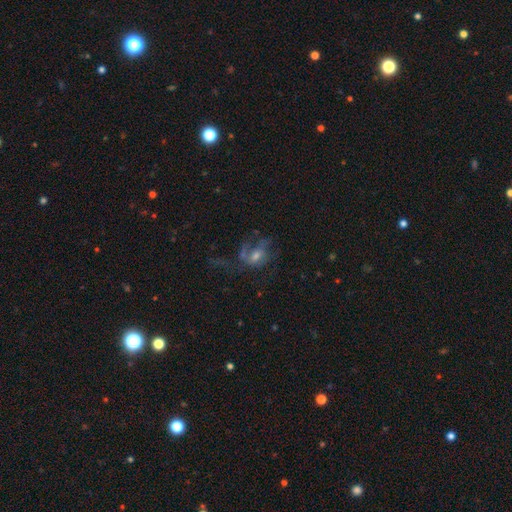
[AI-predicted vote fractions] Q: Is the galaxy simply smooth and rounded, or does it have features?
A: featured or disk — 58%.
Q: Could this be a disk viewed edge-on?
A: no — 97%.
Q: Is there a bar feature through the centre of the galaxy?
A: no — 64%.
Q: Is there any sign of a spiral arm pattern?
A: yes — 60%.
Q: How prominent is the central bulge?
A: moderate — 49%.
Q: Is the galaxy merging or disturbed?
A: major disturbance — 48%.